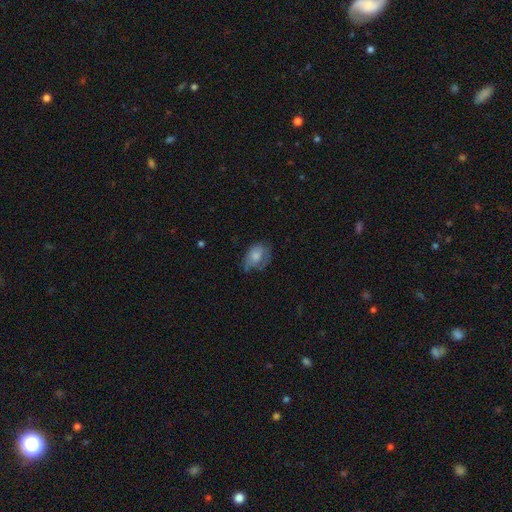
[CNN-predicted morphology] type=smooth (64%); roundness=in between (80%); merging=none (47%).